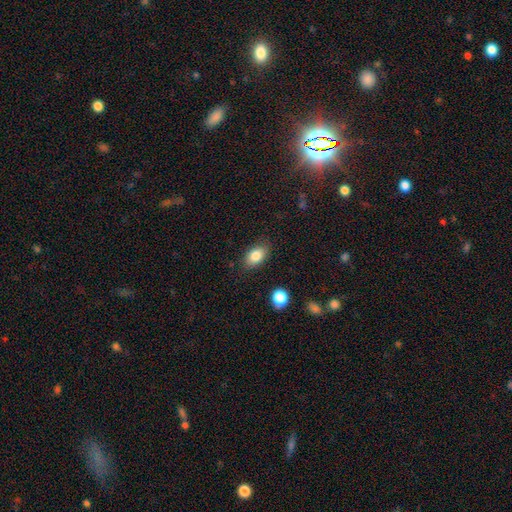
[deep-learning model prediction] A smooth galaxy with no disk features (84%) that is in between round and cigar-shaped (87%).

Vote fractions:
- Smooth or featured? smooth: 84% / featured or disk: 8% / star or artifact: 8%
- How rounded? in between: 87% / round: 11% / cigar-shaped: 2%
- Merging? none: 83% / minor disturbance: 12% / major disturbance: 3% / merger: 2%